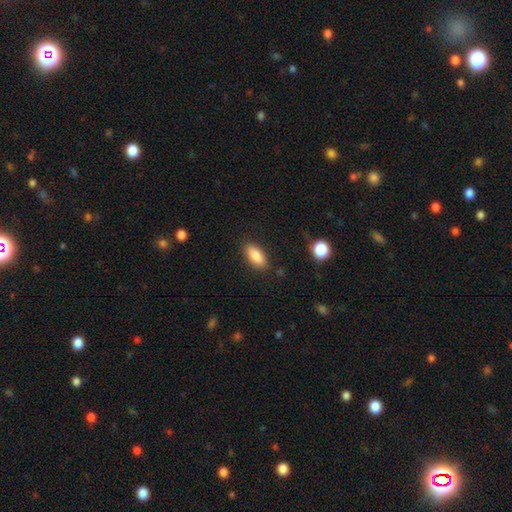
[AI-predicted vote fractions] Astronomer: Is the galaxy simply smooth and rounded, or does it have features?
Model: smooth — 85%.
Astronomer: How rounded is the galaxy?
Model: in between — 82%.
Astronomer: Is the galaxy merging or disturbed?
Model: none — 84%.